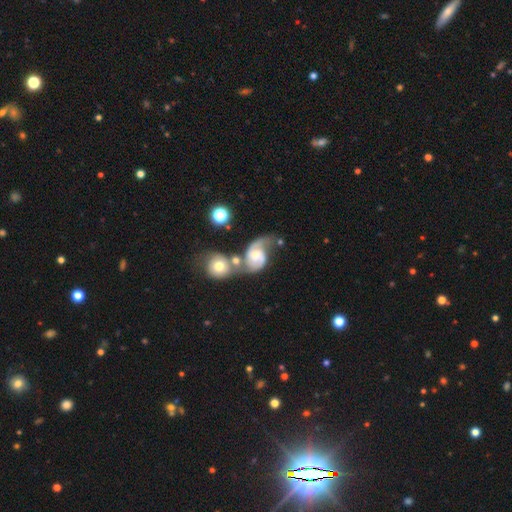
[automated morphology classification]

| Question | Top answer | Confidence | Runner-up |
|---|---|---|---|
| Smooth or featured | featured or disk | 80% | smooth (13%) |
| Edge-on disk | no | 98% | yes (2%) |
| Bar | no | 58% | weak (35%) |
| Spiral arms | yes | 95% | no (5%) |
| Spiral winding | medium | 46% | loose (39%) |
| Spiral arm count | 2 | 82% | 1 (11%) |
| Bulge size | moderate | 56% | small (29%) |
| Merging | merger | 46% | none (25%) |